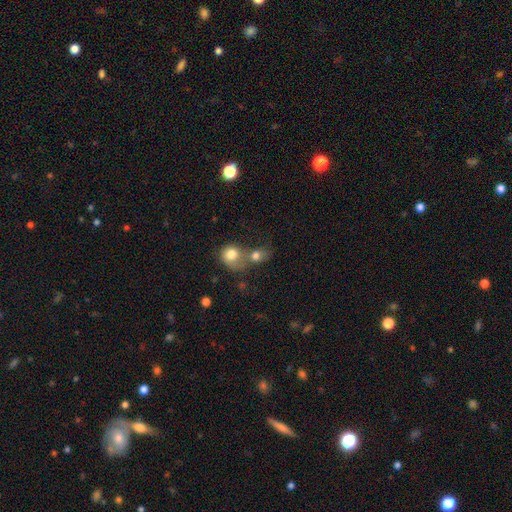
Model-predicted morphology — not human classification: This appears to be a smooth galaxy with no disk features (76%) that is round (60%). Merging: merger (66%).